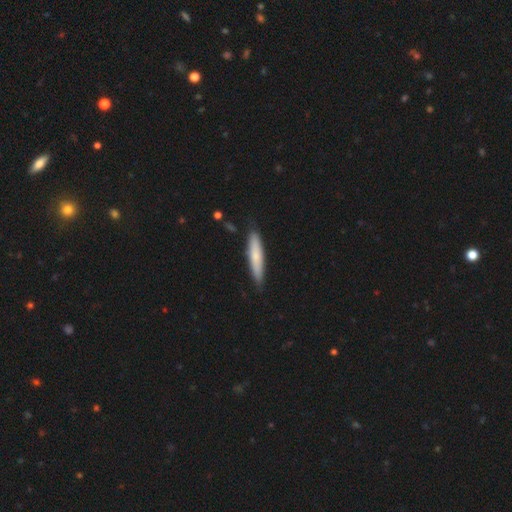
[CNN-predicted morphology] Smooth or featured? Predicted: smooth (p=0.69). How rounded? Predicted: cigar-shaped (p=0.89). Merging? Predicted: none (p=0.85).